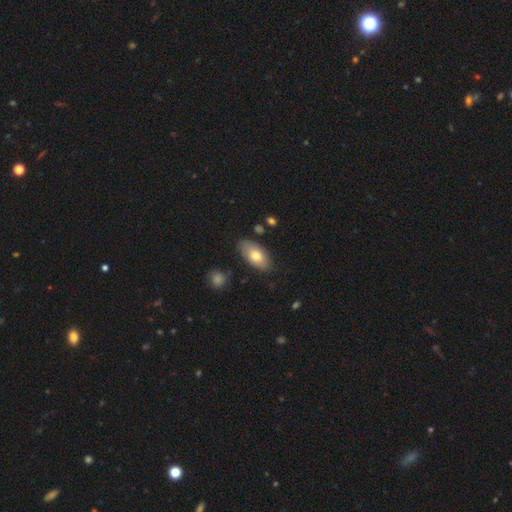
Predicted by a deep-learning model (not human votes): Morphology: type=smooth (69%); roundness=in between (93%); merging=none (79%).